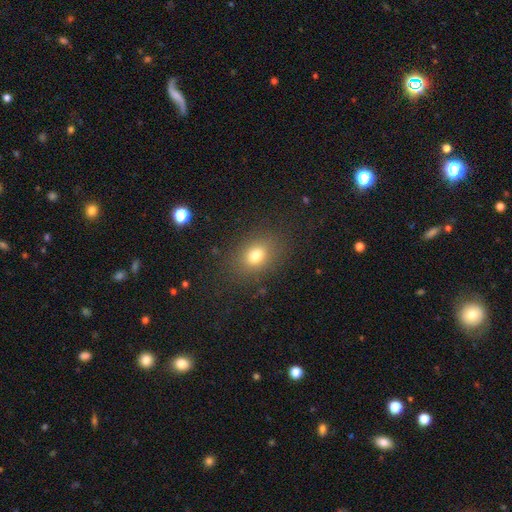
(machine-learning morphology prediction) Smooth or featured: smooth — 77% (star or artifact — 13%)
How rounded: in between — 65% (round — 34%)
Merging: none — 83% (minor disturbance — 11%)